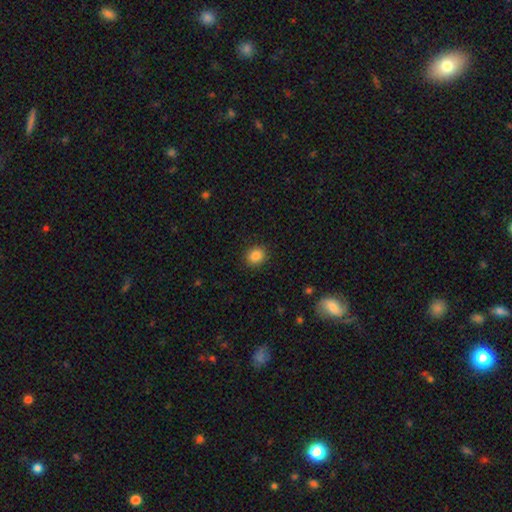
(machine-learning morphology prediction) smooth-or-featured: smooth: 86% | star or artifact: 10% | featured or disk: 4%
  how-rounded: round: 73% | in between: 26% | cigar-shaped: 1%
  merging: none: 90% | minor disturbance: 7% | major disturbance: 2% | merger: 1%